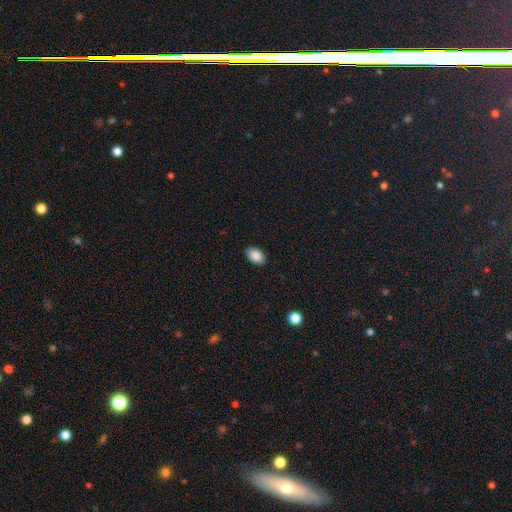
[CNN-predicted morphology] smooth 88%, star or artifact 8%, featured or disk 4%. Down the decision tree: how rounded — in between (90%); merging — none (89%).